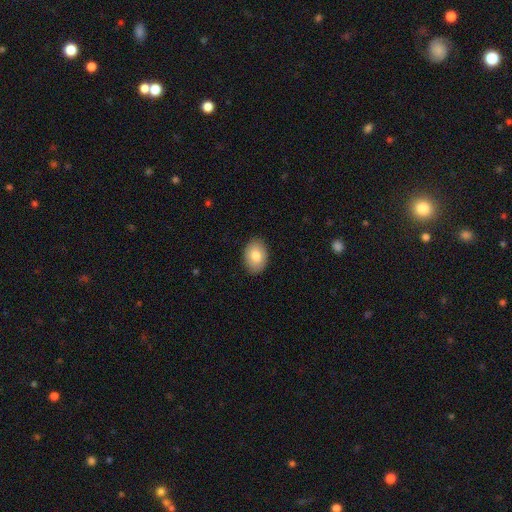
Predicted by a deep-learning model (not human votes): Smooth or featured? Predicted: smooth (p=0.81). How rounded? Predicted: in between (p=0.81). Merging? Predicted: none (p=0.88).